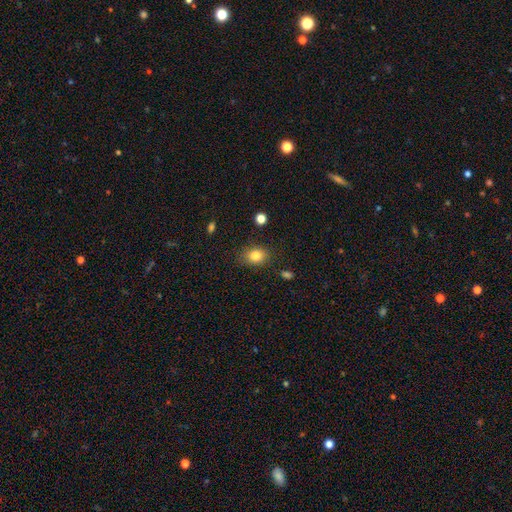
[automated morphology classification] Smooth or featured? smooth (83%)
How rounded? in between (59%)
Merging? none (83%)